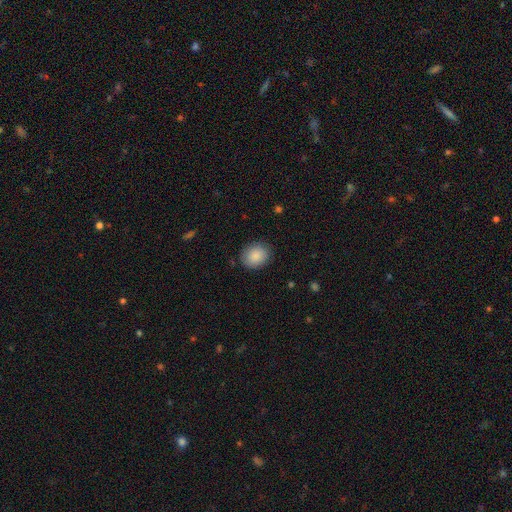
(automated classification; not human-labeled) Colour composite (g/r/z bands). It shows a smooth galaxy with no disk features (88%) that is round (60%). Merging: none (85%).